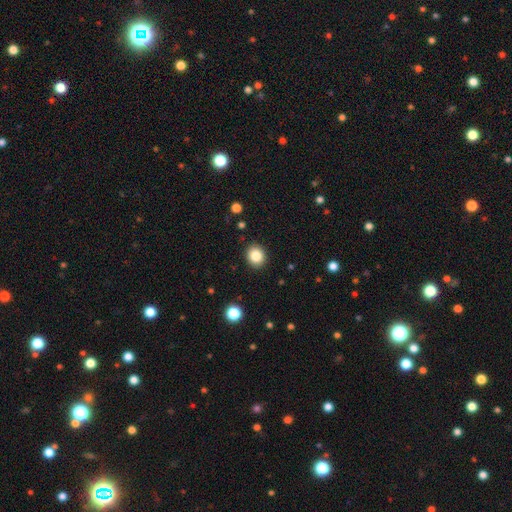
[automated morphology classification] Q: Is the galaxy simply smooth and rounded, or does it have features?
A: smooth — 85%.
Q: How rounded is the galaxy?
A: round — 75%.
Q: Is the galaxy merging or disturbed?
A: none — 90%.